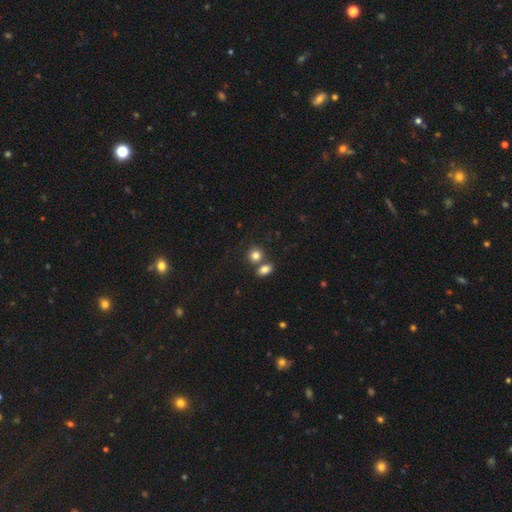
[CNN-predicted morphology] A smooth galaxy with no disk features (82%) that is round (74%). Merging: none (56%).